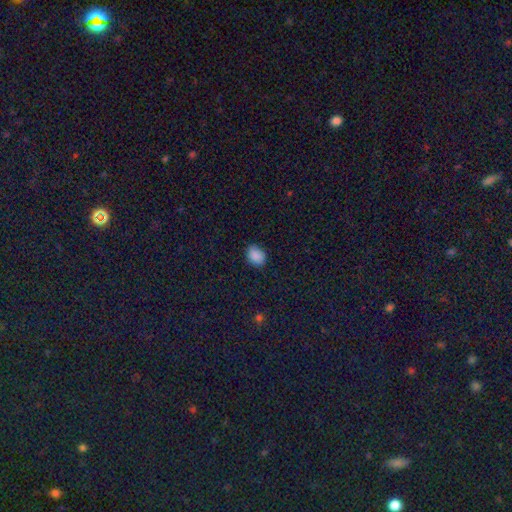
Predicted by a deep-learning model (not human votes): Overall: smooth (87%). How rounded: in between (71%). Merging: none (84%).